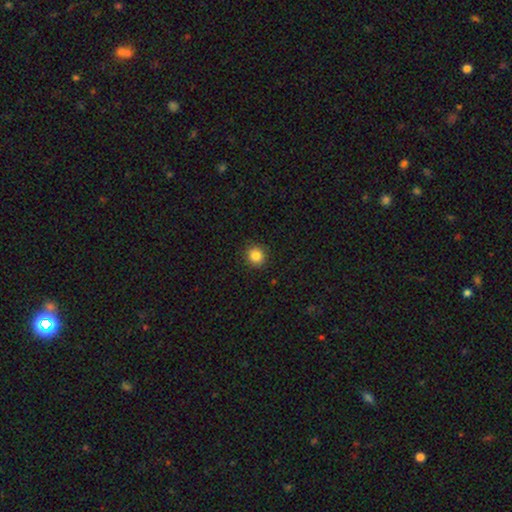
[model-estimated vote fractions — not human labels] smooth_or_featured: smooth (p=0.85) [alt: star or artifact p=0.10]
how_rounded: round (p=0.89) [alt: in between p=0.10]
merging: none (p=0.91) [alt: minor disturbance p=0.06]